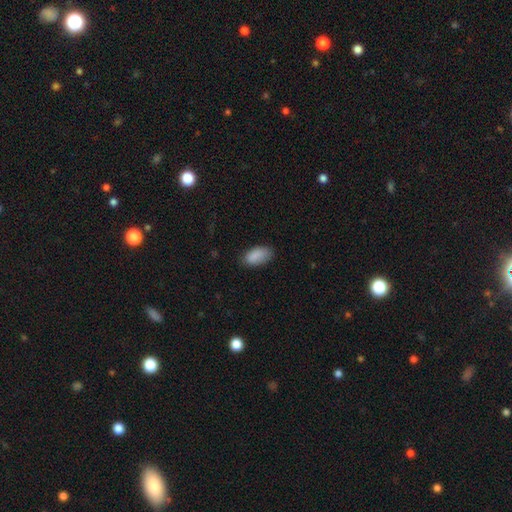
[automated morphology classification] This is clearly a smooth galaxy (88%). How rounded: clearly in between (93%). Merging: likely none (74%).